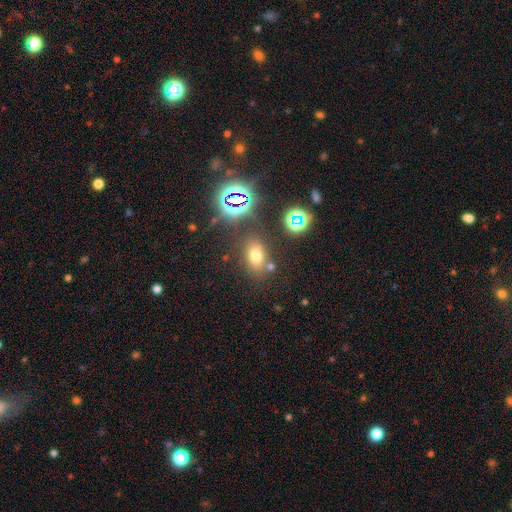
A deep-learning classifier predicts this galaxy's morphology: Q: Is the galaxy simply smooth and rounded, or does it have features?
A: smooth — 63%.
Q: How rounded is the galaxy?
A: in between — 72%.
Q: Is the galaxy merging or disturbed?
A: none — 73%.